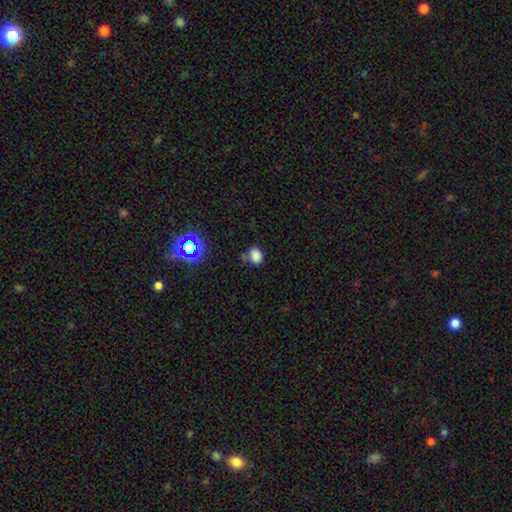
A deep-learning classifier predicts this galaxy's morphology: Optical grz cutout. It shows a smooth galaxy with no disk features (78%) that is round (60%). Merging: none (59%).